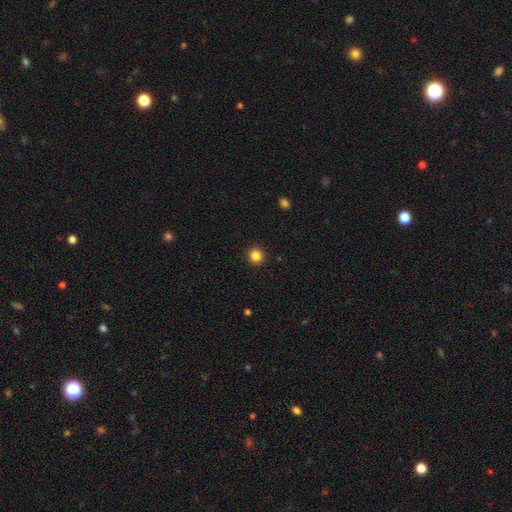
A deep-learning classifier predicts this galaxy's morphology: The model was most divided on "smooth or featured": smooth: 85%, star or artifact: 12%, featured or disk: 4%. More confident: how rounded — round (93%); merging — none (92%).